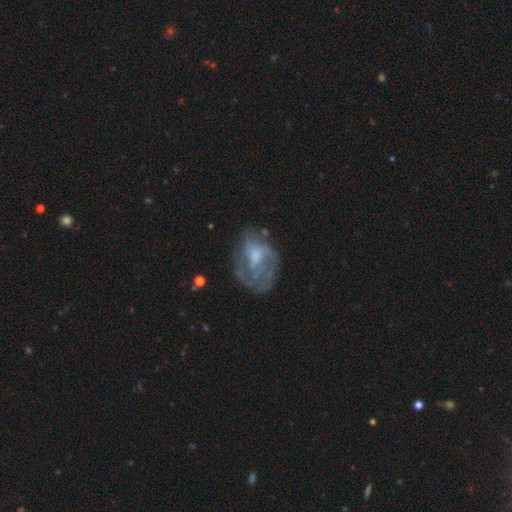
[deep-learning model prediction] Morphology: type=featured or disk (63%); edge-on=no (96%); bar=no (59%); spiral arms=yes (58%); bulge=moderate (44%); merging=none (53%).